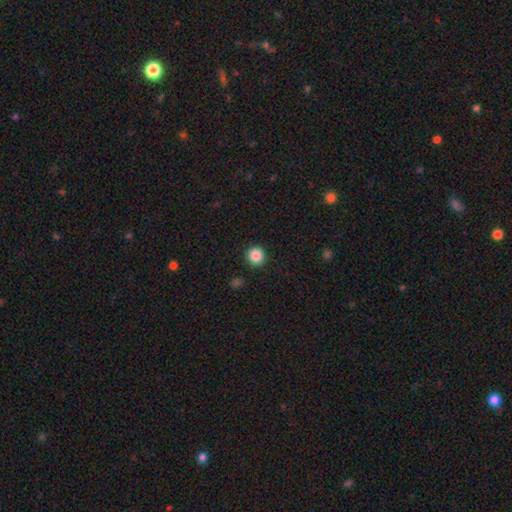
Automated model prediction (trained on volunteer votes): Smooth or featured: smooth — 87% (star or artifact — 10%)
How rounded: round — 93% (in between — 6%)
Merging: none — 92% (minor disturbance — 5%)